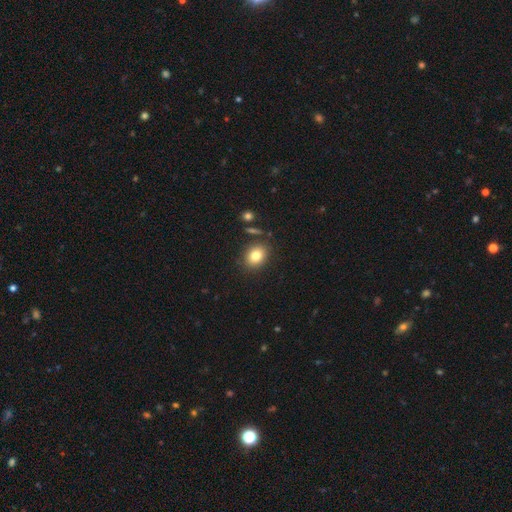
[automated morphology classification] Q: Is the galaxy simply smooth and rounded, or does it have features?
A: smooth — 81%.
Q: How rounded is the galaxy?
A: in between — 56%.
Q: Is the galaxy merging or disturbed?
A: none — 83%.